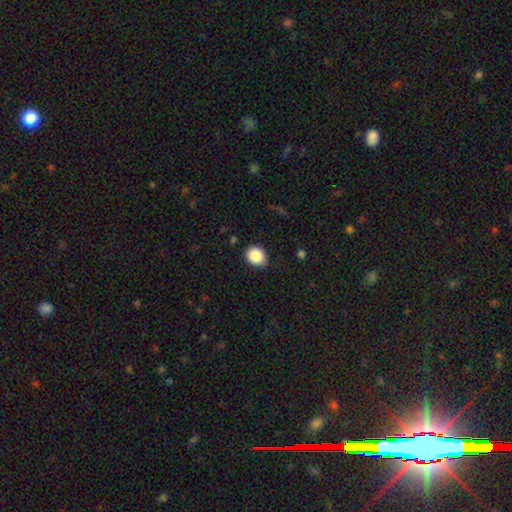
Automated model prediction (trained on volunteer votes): smooth 87%, star or artifact 9%, featured or disk 4%. Down the decision tree: how rounded — round (62%); merging — none (83%).